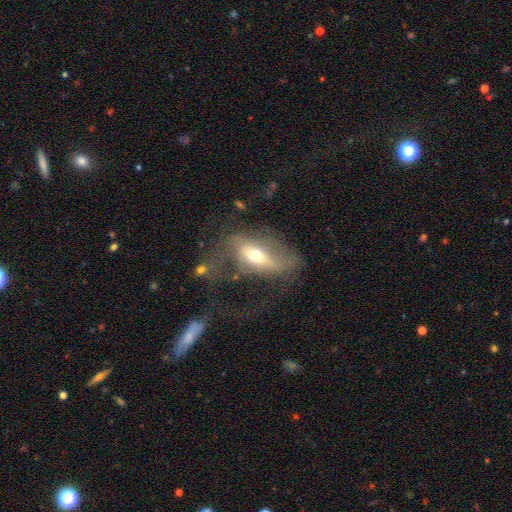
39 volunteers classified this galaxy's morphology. A smooth galaxy with no disk features (51%) that is in between round and cigar-shaped (100%). Merging: major disturbance (62%).